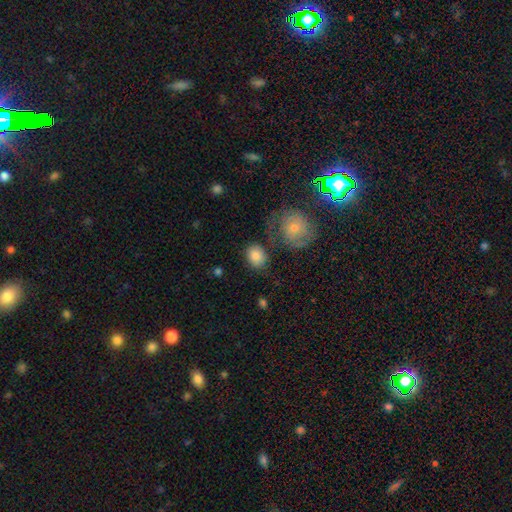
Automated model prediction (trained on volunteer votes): smooth 82%, featured or disk 11%, star or artifact 8%. Down the decision tree: how rounded — round (52%); merging — none (69%).